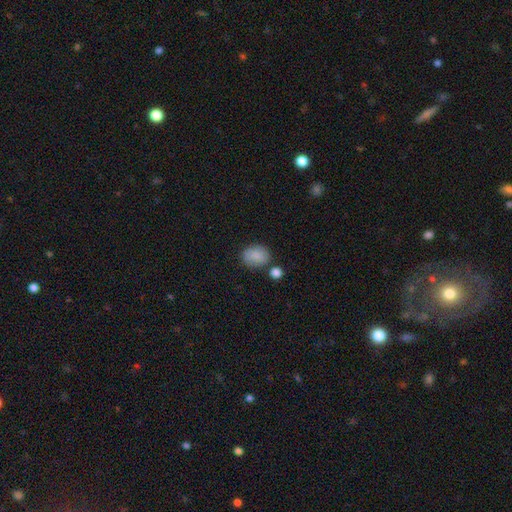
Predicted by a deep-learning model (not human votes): Smooth or featured?
  - smooth: 85% *
  - star or artifact: 8%
  - featured or disk: 7%
How rounded?
  - in between: 56% *
  - round: 43%
  - cigar-shaped: 1%
Merging?
  - none: 67% *
  - minor disturbance: 16%
  - merger: 12%
  - major disturbance: 5%